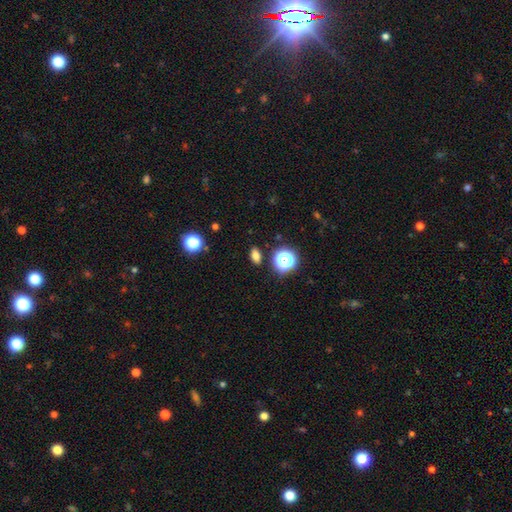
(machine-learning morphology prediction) Smooth or featured? smooth (75%)
How rounded? in between (76%)
Merging? none (87%)